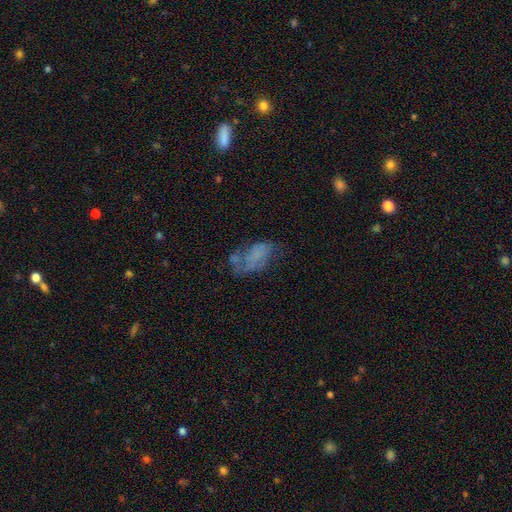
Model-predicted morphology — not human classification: Smooth or featured: smooth — 46% (featured or disk — 40%)
Merging: none — 33% (tied with major disturbance — 33%)